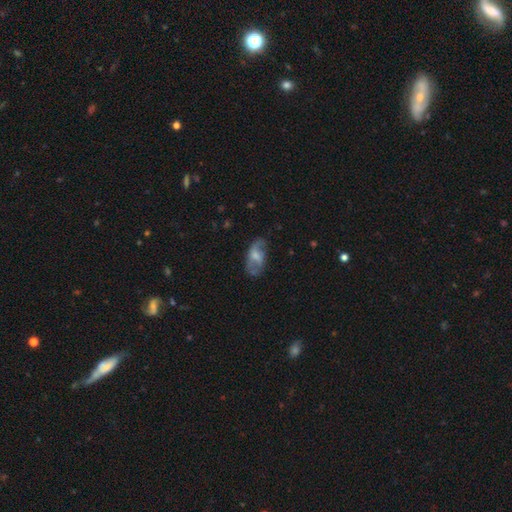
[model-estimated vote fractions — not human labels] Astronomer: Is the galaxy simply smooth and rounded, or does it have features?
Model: featured or disk — 49% (runner-up: smooth, 43%).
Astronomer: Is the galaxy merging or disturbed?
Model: none — 52%.